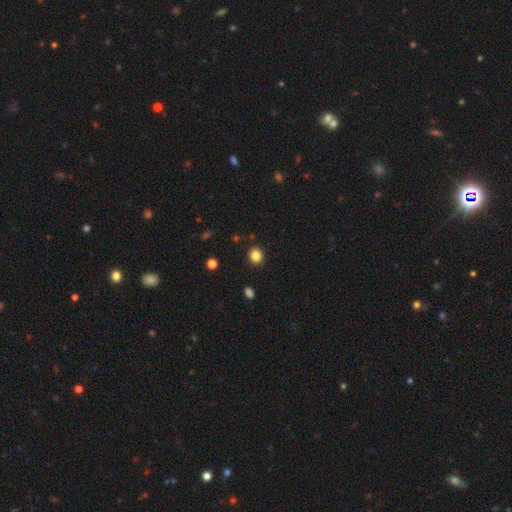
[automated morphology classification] This is clearly a smooth galaxy (84%). How rounded: likely round (77%). Merging: clearly none (89%).